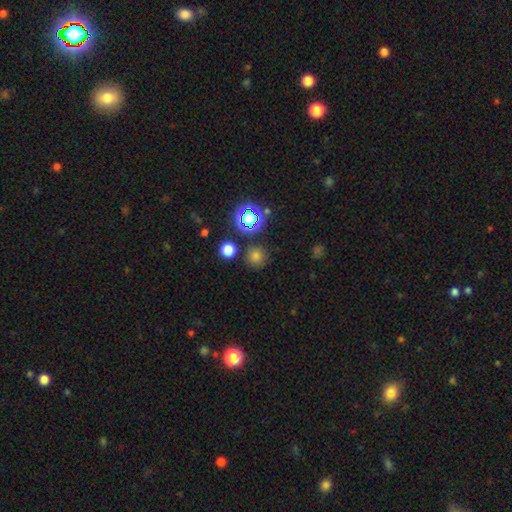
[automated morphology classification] This appears to be a smooth galaxy with no disk features (65%) that is round (93%). Merging: none (84%).